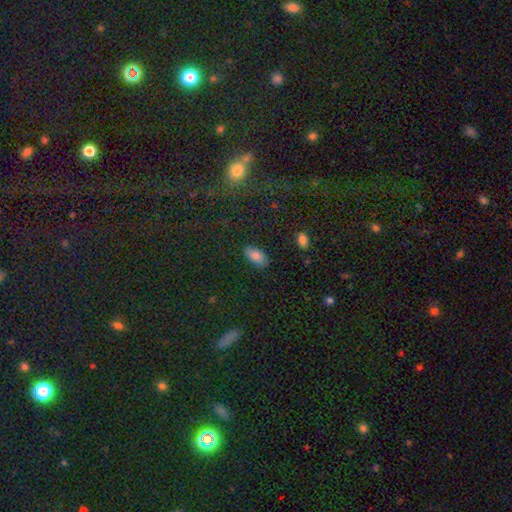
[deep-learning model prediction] Q: Smooth or featured?
A: smooth (83%); runner-up: star or artifact (9%)
Q: How rounded?
A: in between (93%); runner-up: cigar-shaped (3%)
Q: Merging?
A: none (86%); runner-up: minor disturbance (10%)